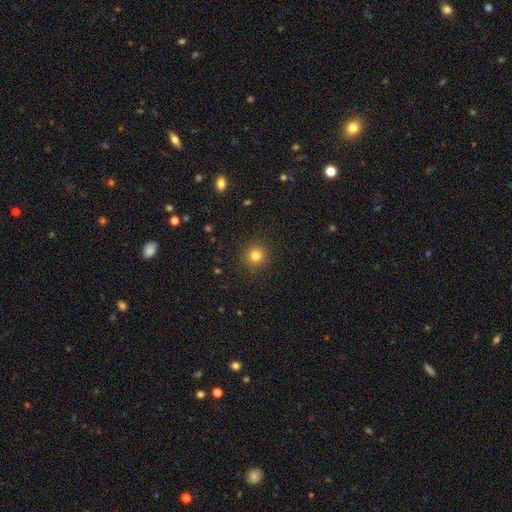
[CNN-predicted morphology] Overall: smooth (81%). How rounded: round (93%). Merging: none (90%).